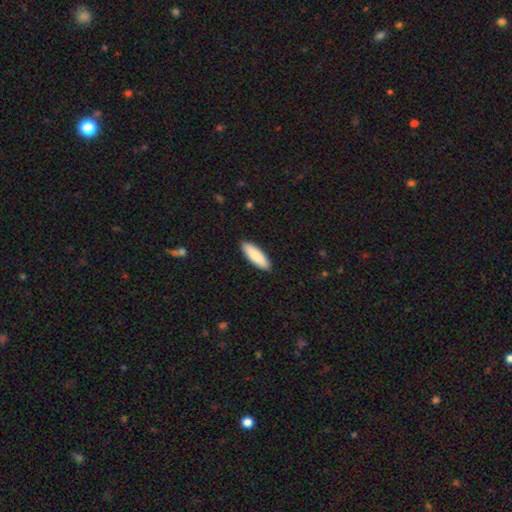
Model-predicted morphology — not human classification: Smooth or featured: smooth — 86% (featured or disk — 9%)
How rounded: in between — 55% (cigar-shaped — 44%)
Merging: none — 90% (minor disturbance — 7%)